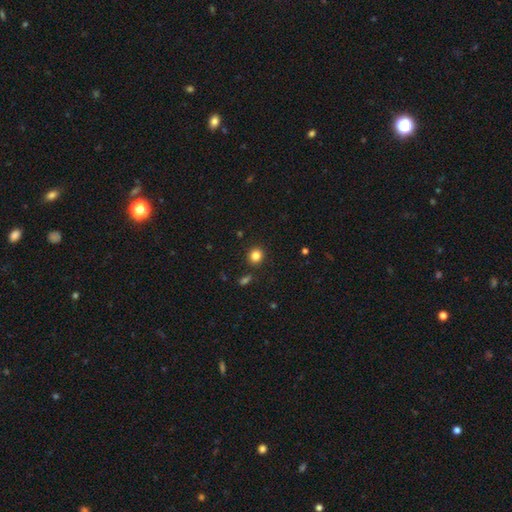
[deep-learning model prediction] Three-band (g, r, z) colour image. It shows a smooth galaxy with no disk features (83%) that is round (85%). Merging: none (89%).